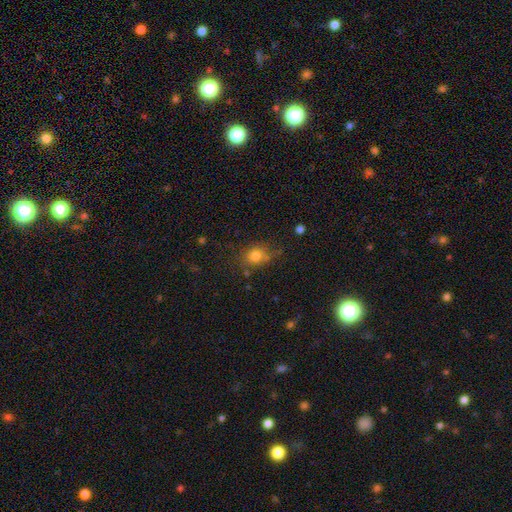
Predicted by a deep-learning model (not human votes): This appears to be a smooth galaxy with no disk features (78%) that is round (57%). Merging: none (66%).